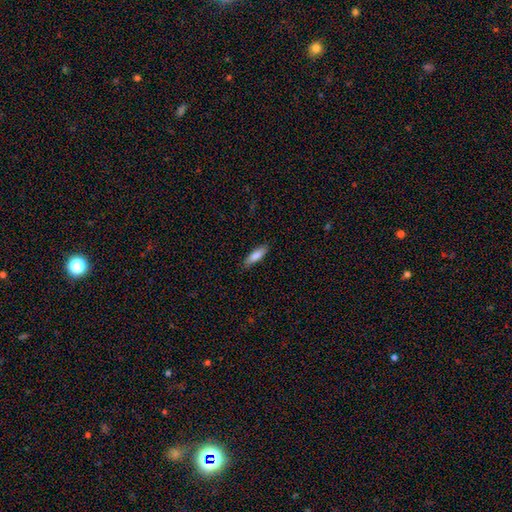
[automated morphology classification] Overall: smooth (81%). How rounded: cigar-shaped (54%; in between 44%). Merging: none (86%).